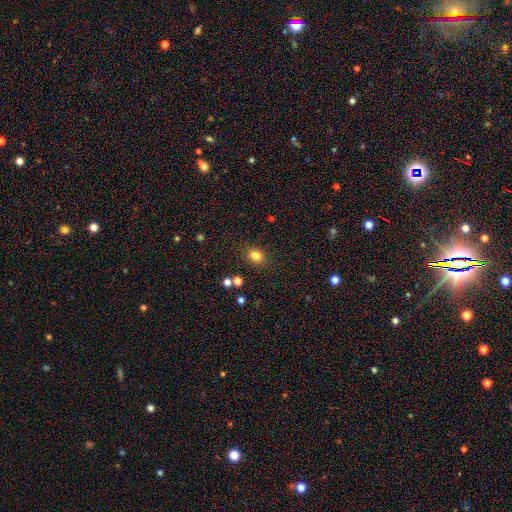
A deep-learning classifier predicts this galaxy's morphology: type=smooth (81%); roundness=in between (50%); merging=none (83%).